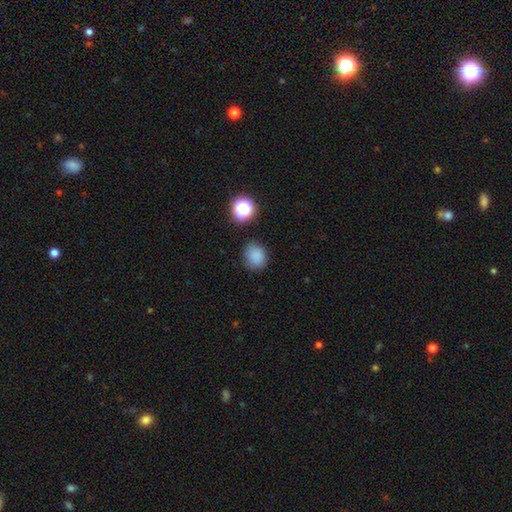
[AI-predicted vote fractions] Smooth or featured?
  - smooth: 82% *
  - star or artifact: 13%
  - featured or disk: 5%
How rounded?
  - round: 74% *
  - in between: 25%
  - cigar-shaped: 1%
Merging?
  - none: 79% *
  - minor disturbance: 14%
  - major disturbance: 4%
  - merger: 3%